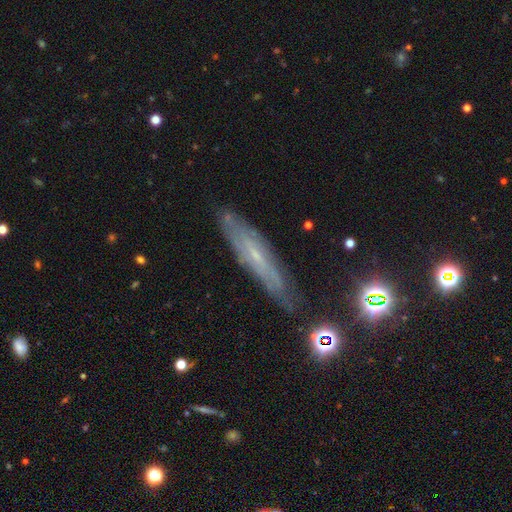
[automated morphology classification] type=featured or disk (63%); edge-on=no (51%); merging=none (76%).